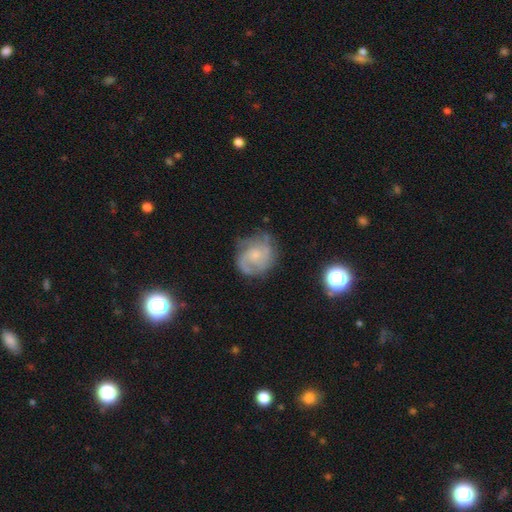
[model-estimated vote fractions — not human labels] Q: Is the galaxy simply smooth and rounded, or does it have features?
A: featured or disk — 71%.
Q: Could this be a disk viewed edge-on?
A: no — 98%.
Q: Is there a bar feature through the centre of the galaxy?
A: no — 71%.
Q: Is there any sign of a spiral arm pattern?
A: yes — 89%.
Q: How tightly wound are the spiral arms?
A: medium — 43%.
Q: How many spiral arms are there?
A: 2 — 37%.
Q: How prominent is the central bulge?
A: small — 66%.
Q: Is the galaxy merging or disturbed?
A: none — 64%.